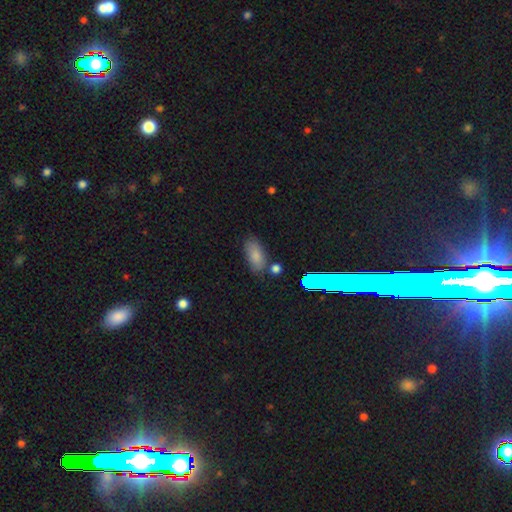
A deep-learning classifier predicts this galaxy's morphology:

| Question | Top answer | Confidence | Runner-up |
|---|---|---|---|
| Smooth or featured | smooth | 79% | star or artifact (11%) |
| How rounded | in between | 88% | cigar-shaped (8%) |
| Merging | none | 70% | minor disturbance (18%) |